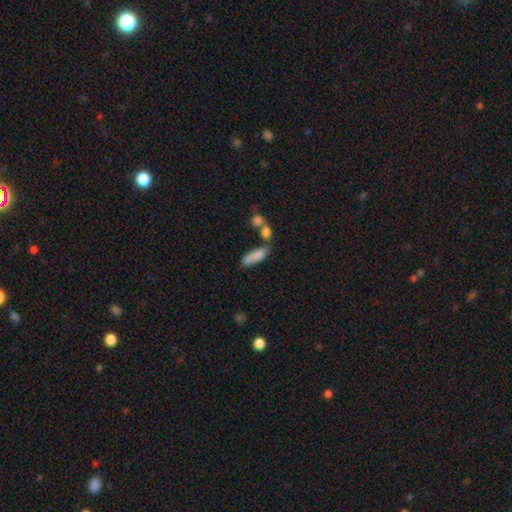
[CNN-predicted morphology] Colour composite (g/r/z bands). It shows a smooth galaxy with no disk features (77%) that is in between round and cigar-shaped (59%). Merging: none (37%).